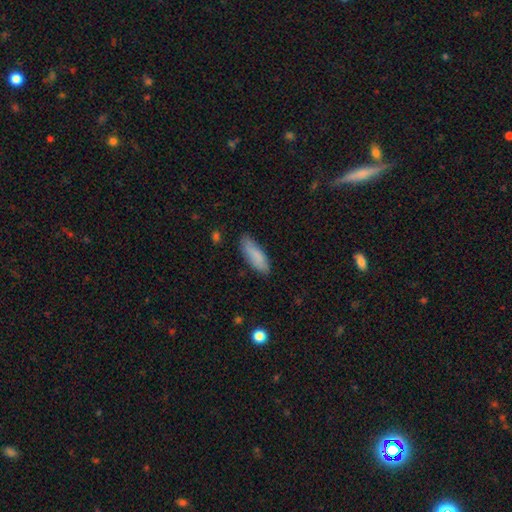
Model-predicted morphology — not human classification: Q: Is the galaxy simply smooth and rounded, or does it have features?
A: smooth — 85%.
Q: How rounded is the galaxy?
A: in between — 58%.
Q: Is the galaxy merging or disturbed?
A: none — 78%.